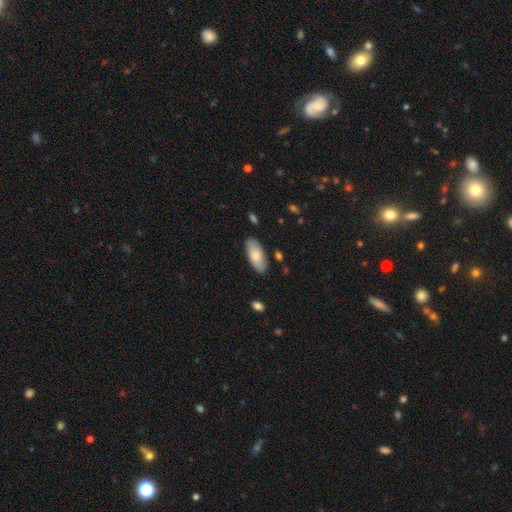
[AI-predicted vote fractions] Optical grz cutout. It shows a smooth galaxy with no disk features (75%) that is in between round and cigar-shaped (87%). Merging: none (85%).